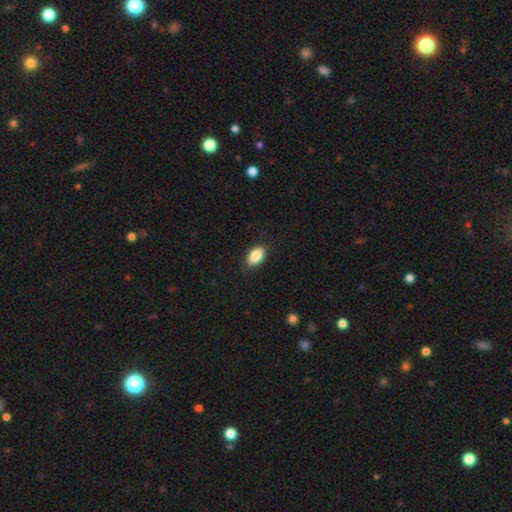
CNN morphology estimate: Q: Smooth or featured?
A: smooth (88%); runner-up: star or artifact (7%)
Q: How rounded?
A: in between (91%); runner-up: round (8%)
Q: Merging?
A: none (86%); runner-up: minor disturbance (11%)